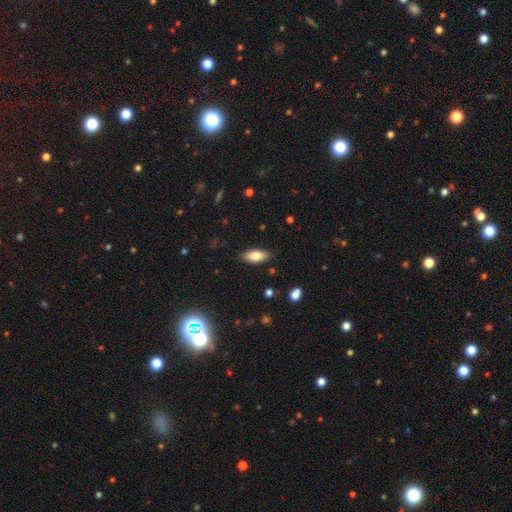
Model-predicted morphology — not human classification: type=smooth (79%); roundness=in between (84%); merging=none (86%).